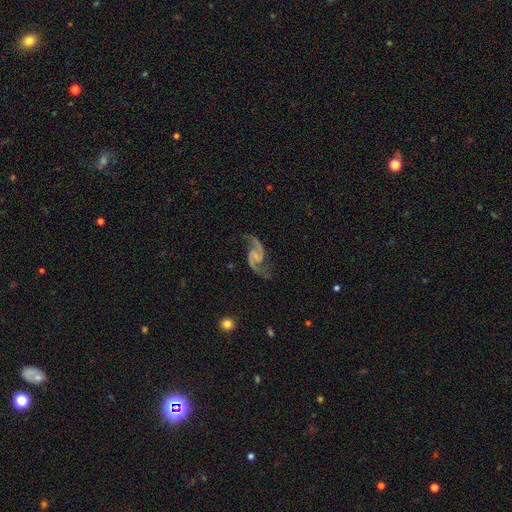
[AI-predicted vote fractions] Smooth or featured? featured or disk (93%)
Edge-on disk? no (98%)
Bar? weak (45%)
Spiral arms? yes (98%)
Spiral winding? loose (52%)
Spiral arm count? 2 (95%)
Bulge size? none (44%)
Merging? none (75%)